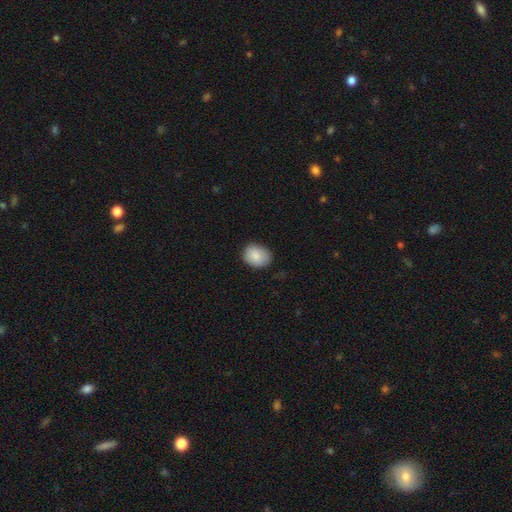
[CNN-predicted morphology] A smooth galaxy with no disk features (88%) that is in between round and cigar-shaped (58%).

Vote fractions:
- Smooth or featured? smooth: 88% / star or artifact: 7% / featured or disk: 6%
- How rounded? in between: 58% / round: 41% / cigar-shaped: 1%
- Merging? none: 83% / minor disturbance: 14% / major disturbance: 2% / merger: 1%